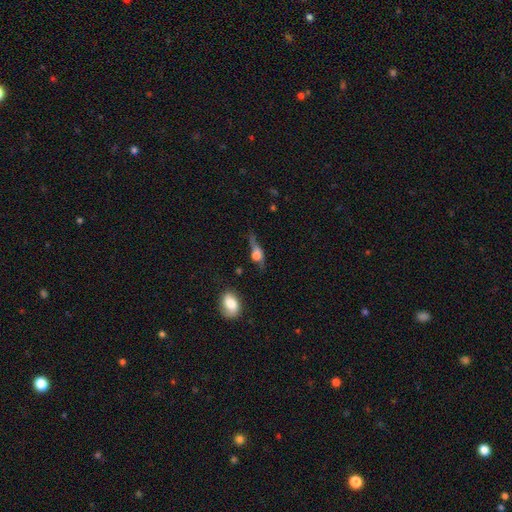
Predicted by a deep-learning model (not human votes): A featured or disk galaxy (47%).

Vote fractions:
- Smooth or featured? featured or disk: 47% / smooth: 42% / star or artifact: 11%
- Merging? none: 45% / minor disturbance: 29% / major disturbance: 20% / merger: 7%